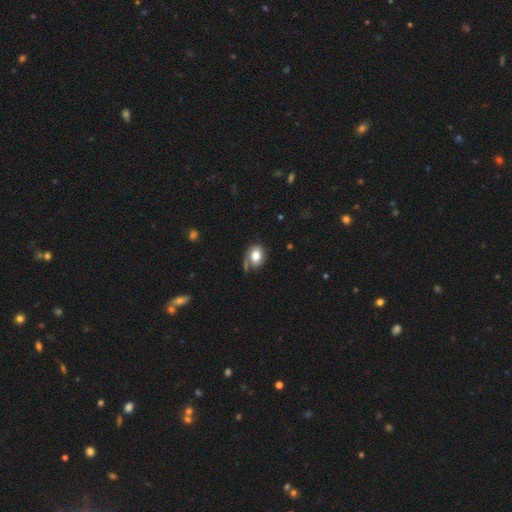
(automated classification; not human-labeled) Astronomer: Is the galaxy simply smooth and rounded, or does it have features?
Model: smooth — 73%.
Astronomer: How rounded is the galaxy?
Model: in between — 68%.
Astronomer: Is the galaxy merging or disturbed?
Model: none — 59%.